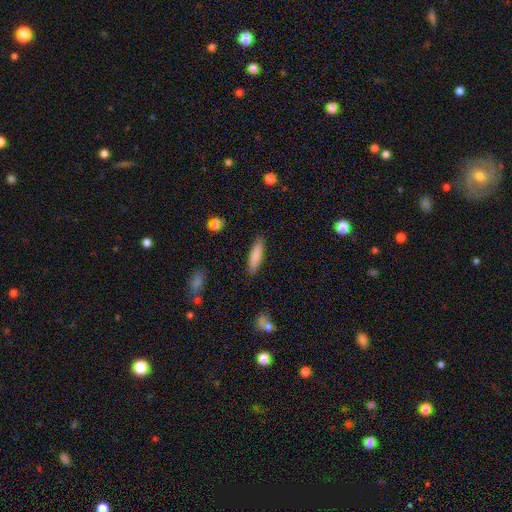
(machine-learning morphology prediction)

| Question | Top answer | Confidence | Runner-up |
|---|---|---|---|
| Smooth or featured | smooth | 83% | featured or disk (10%) |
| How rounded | cigar-shaped | 75% | in between (24%) |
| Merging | none | 88% | minor disturbance (8%) |